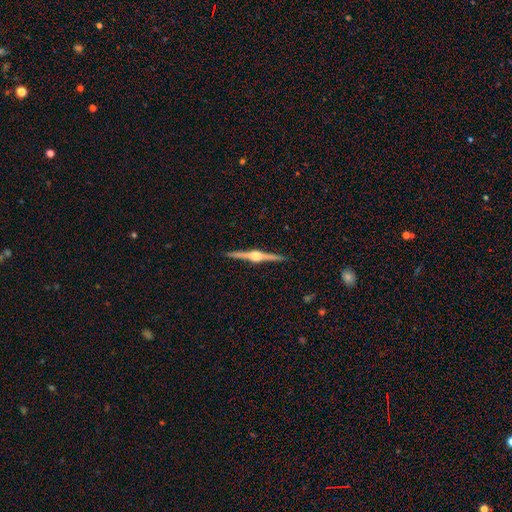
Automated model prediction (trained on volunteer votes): A featured or disk galaxy (87%) viewed edge-on (99%) with a rounded central bulge (93%). Merging: none (93%).